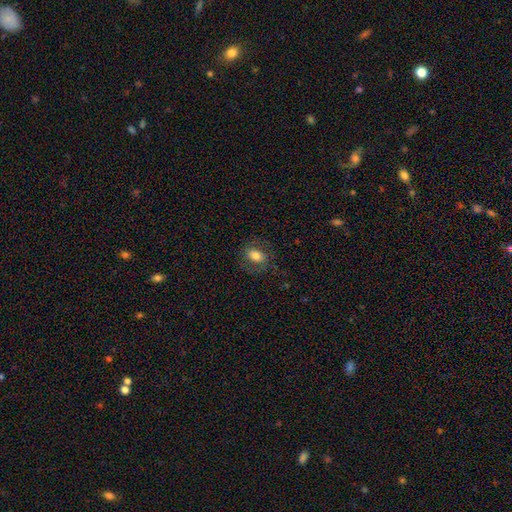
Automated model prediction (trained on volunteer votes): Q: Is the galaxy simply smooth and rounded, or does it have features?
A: smooth — 73%.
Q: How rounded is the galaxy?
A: in between — 72%.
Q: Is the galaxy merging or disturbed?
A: none — 75%.